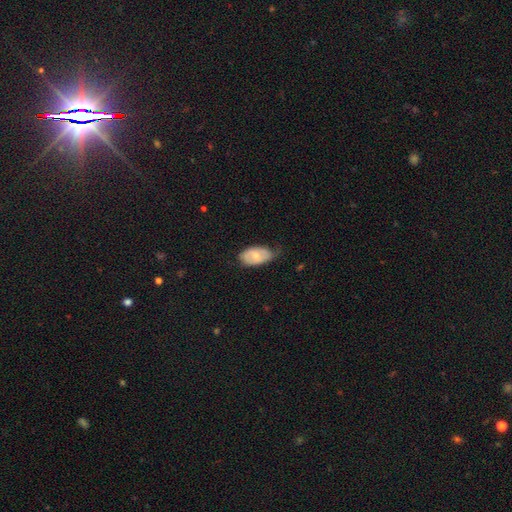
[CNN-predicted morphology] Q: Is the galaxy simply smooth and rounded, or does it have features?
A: smooth — 57%.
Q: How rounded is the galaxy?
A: in between — 92%.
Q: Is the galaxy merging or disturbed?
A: none — 43%, tied with minor disturbance.